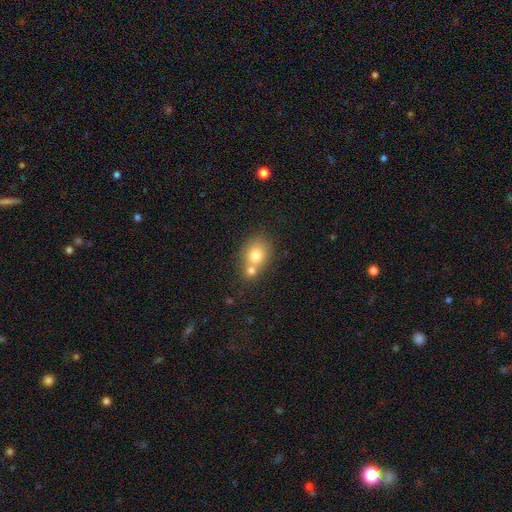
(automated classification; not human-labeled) Smooth or featured?
  - smooth: 75% *
  - featured or disk: 15%
  - star or artifact: 10%
How rounded?
  - round: 56% *
  - in between: 42%
  - cigar-shaped: 1%
Merging?
  - merger: 48% *
  - none: 39%
  - minor disturbance: 9%
  - major disturbance: 3%